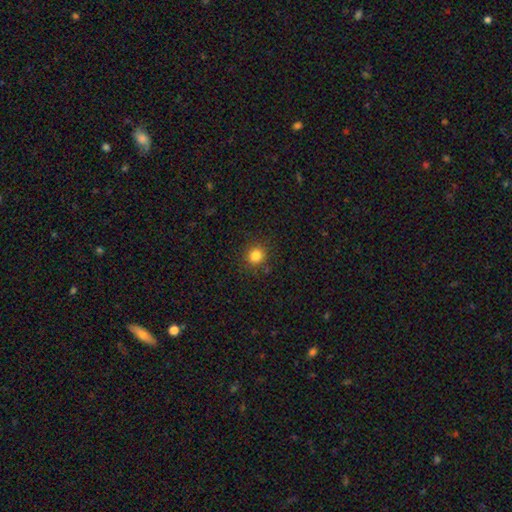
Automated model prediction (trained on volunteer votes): Smooth or featured? smooth (82%)
How rounded? round (89%)
Merging? none (88%)